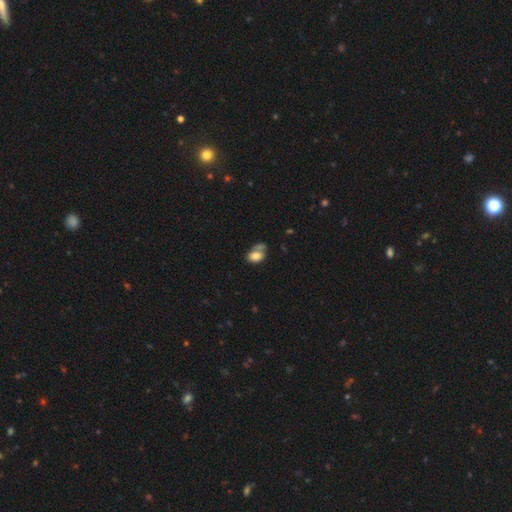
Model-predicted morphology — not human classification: smooth 77%, featured or disk 14%, star or artifact 9%. Down the decision tree: how rounded — in between (81%); merging — none (36%).